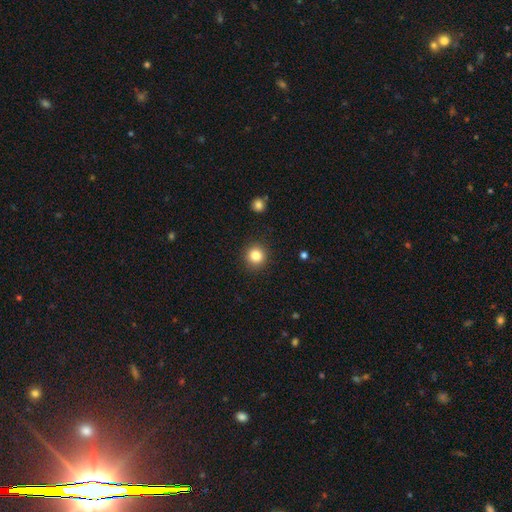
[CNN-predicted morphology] Q: Smooth or featured?
A: smooth (84%); runner-up: star or artifact (11%)
Q: How rounded?
A: round (93%); runner-up: in between (6%)
Q: Merging?
A: none (91%); runner-up: minor disturbance (6%)